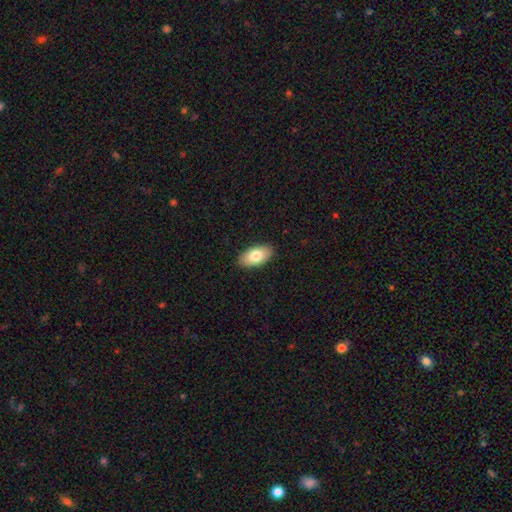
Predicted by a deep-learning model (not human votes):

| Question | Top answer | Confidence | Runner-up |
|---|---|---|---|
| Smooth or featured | smooth | 80% | featured or disk (13%) |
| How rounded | in between | 95% | round (3%) |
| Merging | none | 89% | minor disturbance (8%) |